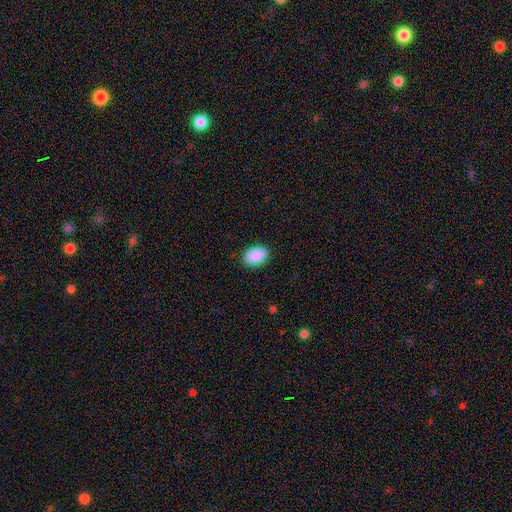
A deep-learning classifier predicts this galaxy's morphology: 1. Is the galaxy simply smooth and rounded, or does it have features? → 90% smooth, 7% star or artifact, 3% featured or disk.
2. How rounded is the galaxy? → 89% in between, 10% round, 1% cigar-shaped.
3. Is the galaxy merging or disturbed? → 89% none, 8% minor disturbance, 2% major disturbance, 1% merger.